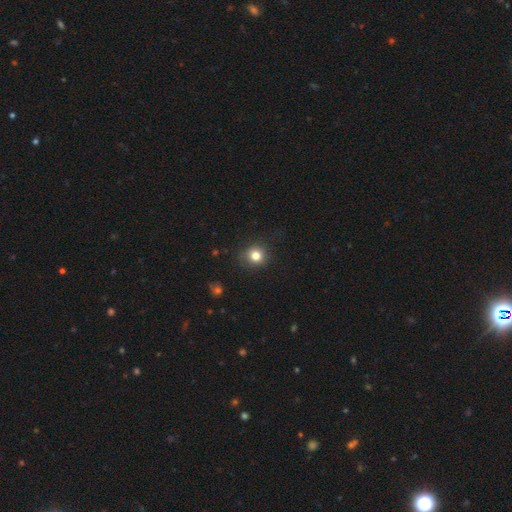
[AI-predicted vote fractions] This appears to be a smooth galaxy with no disk features (81%) that is round (89%). Merging: none (86%).